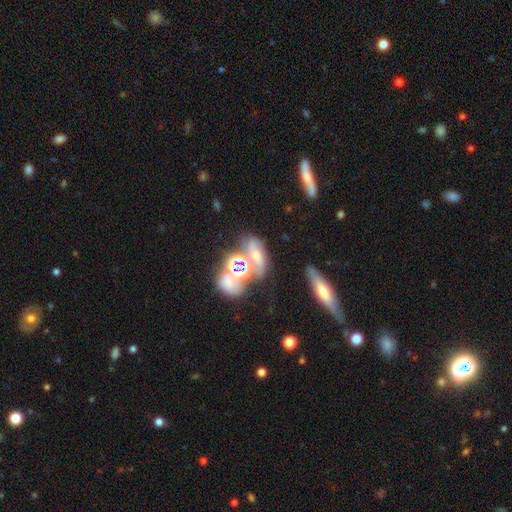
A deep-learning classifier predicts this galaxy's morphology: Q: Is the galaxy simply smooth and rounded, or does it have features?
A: star or artifact — 40%.